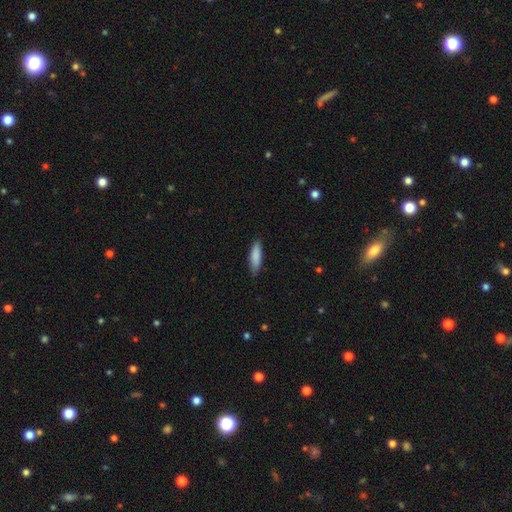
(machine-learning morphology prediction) smooth_or_featured: smooth (p=0.87) [alt: featured or disk p=0.08]
how_rounded: cigar-shaped (p=0.54) [alt: in between p=0.44]
merging: none (p=0.83) [alt: minor disturbance p=0.14]